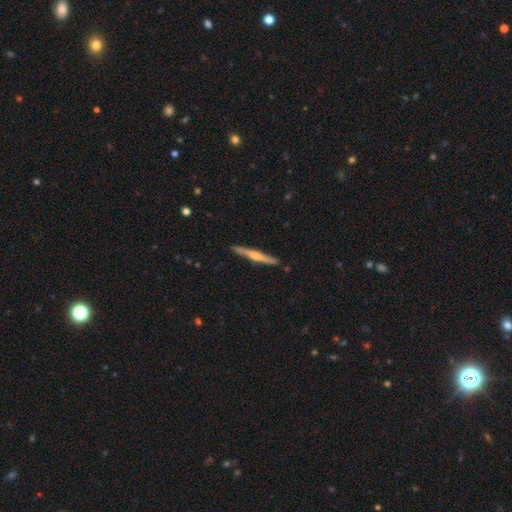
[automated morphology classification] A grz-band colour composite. It shows a featured or disk galaxy (58%) viewed edge-on (97%) with a rounded central bulge (65%). Merging: none (87%).